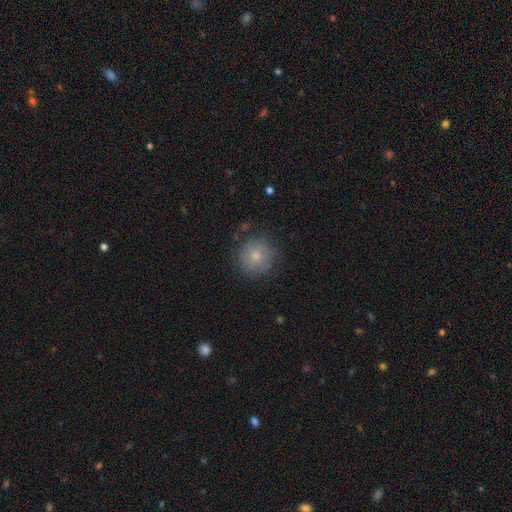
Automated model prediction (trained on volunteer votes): Q: Smooth or featured?
A: smooth (73%); runner-up: featured or disk (17%)
Q: How rounded?
A: round (93%); runner-up: in between (6%)
Q: Merging?
A: none (80%); runner-up: minor disturbance (14%)